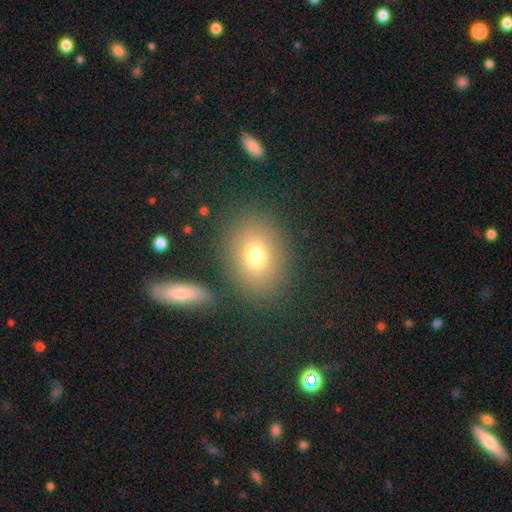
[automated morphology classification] Smooth or featured? smooth (74%)
How rounded? in between (64%)
Merging? none (80%)